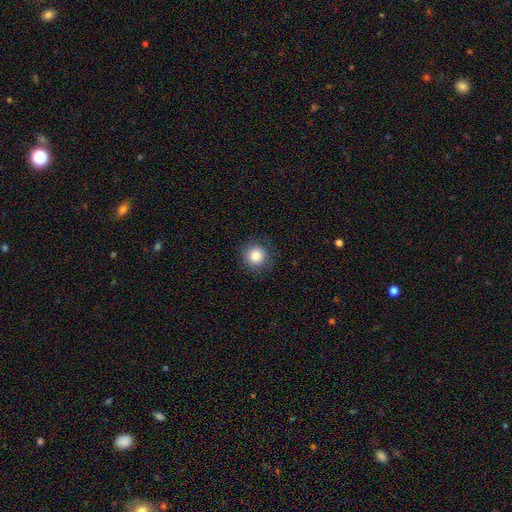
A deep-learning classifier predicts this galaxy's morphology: Smooth or featured: smooth — 83% (star or artifact — 11%)
How rounded: round — 94% (in between — 5%)
Merging: none — 88% (minor disturbance — 8%)